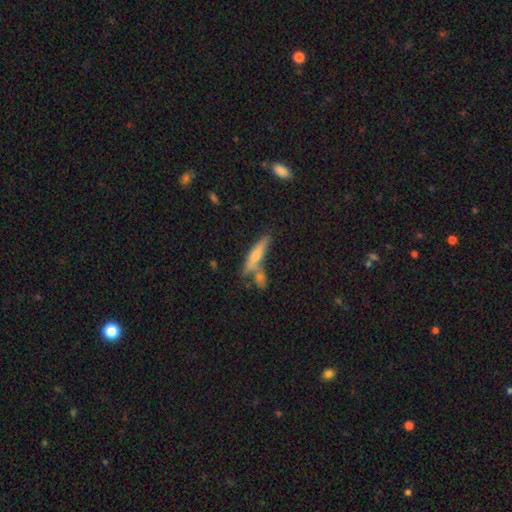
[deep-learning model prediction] smooth_or_featured: smooth (p=0.54) [alt: featured or disk p=0.38]
how_rounded: cigar-shaped (p=0.80) [alt: in between p=0.18]
merging: none (p=0.57) [alt: merger p=0.23]